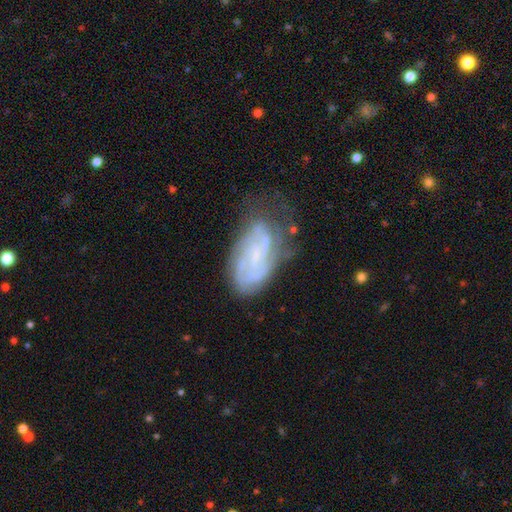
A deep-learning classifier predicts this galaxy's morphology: smooth_or_featured: featured or disk (p=0.72) [alt: smooth p=0.20]
disk_edge_on: no (p=0.95) [alt: yes p=0.05]
bar: no (p=0.54) [alt: weak p=0.36]
has_spiral_arms: yes (p=0.86) [alt: no p=0.14]
spiral_winding: tight (p=0.56) [alt: medium p=0.33]
spiral_arm_count: can't tell (p=0.44) [alt: 2 p=0.22]
bulge_size: small (p=0.57) [alt: none p=0.30]
merging: none (p=0.49) [alt: minor disturbance p=0.30]